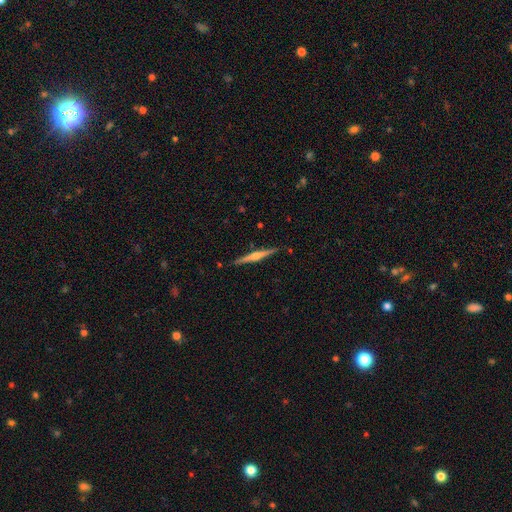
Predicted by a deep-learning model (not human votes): Q: Smooth or featured?
A: featured or disk (75%); runner-up: smooth (20%)
Q: Edge-on disk?
A: yes (98%); runner-up: no (2%)
Q: Edge-on bulge?
A: rounded (85%); runner-up: none (8%)
Q: Merging?
A: none (89%); runner-up: minor disturbance (8%)